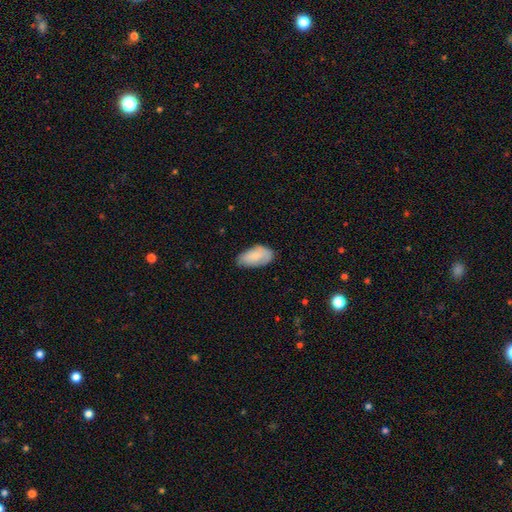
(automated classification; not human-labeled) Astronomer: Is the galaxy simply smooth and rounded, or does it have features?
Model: smooth — 81%.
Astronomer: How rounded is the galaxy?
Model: in between — 94%.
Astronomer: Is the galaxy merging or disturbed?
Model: none — 66%.